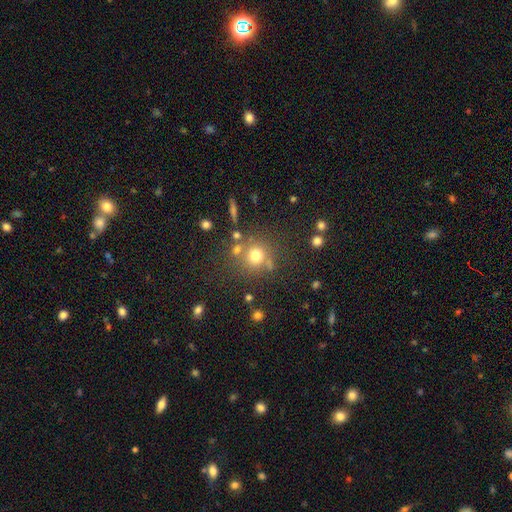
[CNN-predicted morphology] Smooth or featured: smooth — 72% (star or artifact — 18%)
How rounded: round — 90% (in between — 9%)
Merging: none — 71% (merger — 13%)